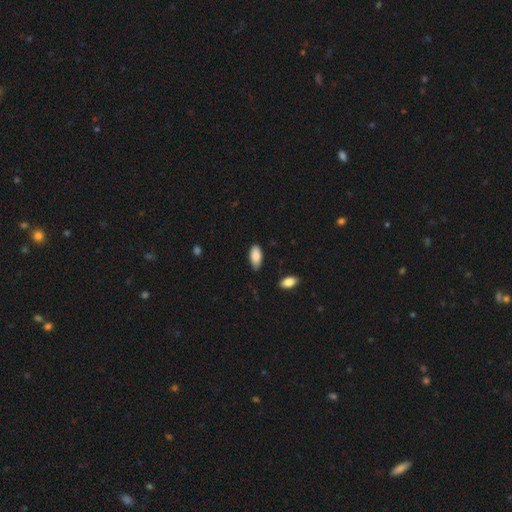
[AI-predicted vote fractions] A smooth galaxy with no disk features (87%) that is in between round and cigar-shaped (92%).

Vote fractions:
- Smooth or featured? smooth: 87% / featured or disk: 7% / star or artifact: 6%
- How rounded? in between: 92% / cigar-shaped: 6% / round: 2%
- Merging? none: 74% / minor disturbance: 21% / major disturbance: 3% / merger: 2%